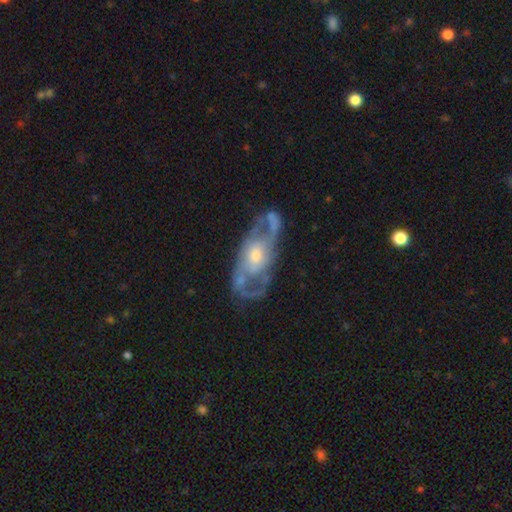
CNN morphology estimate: featured or disk 82%, smooth 12%, star or artifact 6%. Down the decision tree: edge-on disk — no (89%); bar — no (66%); spiral arms — yes (77%); spiral arm count — 2 (63%); spiral winding — medium (46%); bulge size — moderate (57%); merging — none (67%).